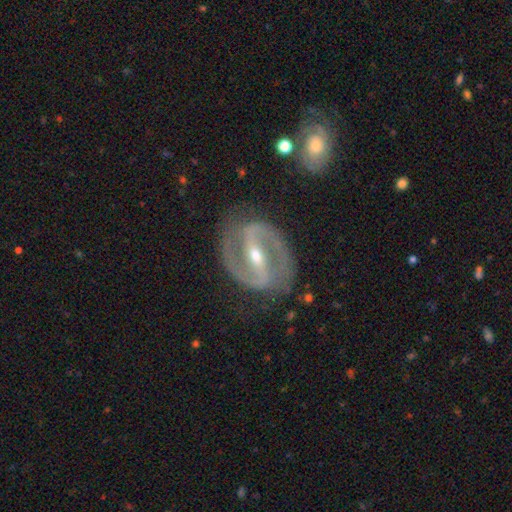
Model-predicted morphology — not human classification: featured or disk 92%, star or artifact 4%, smooth 3%. Down the decision tree: edge-on disk — no (96%); bar — strong (75%); spiral arms — yes (97%); spiral arm count — 2 (94%); spiral winding — medium (53%); bulge size — small (51%); merging — none (84%).